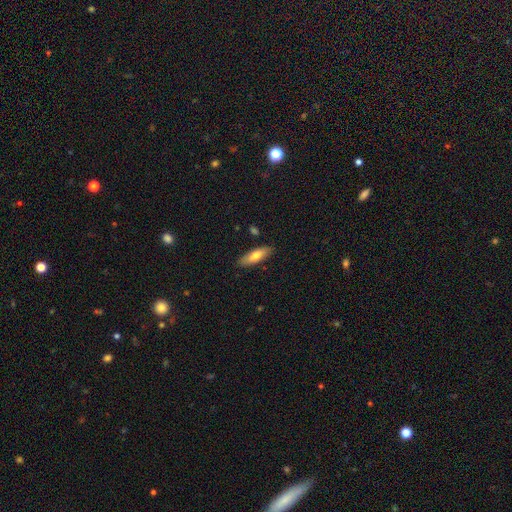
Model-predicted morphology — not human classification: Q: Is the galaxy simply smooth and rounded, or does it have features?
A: smooth — 72%.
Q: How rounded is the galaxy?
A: in between — 53%.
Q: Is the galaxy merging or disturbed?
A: none — 86%.